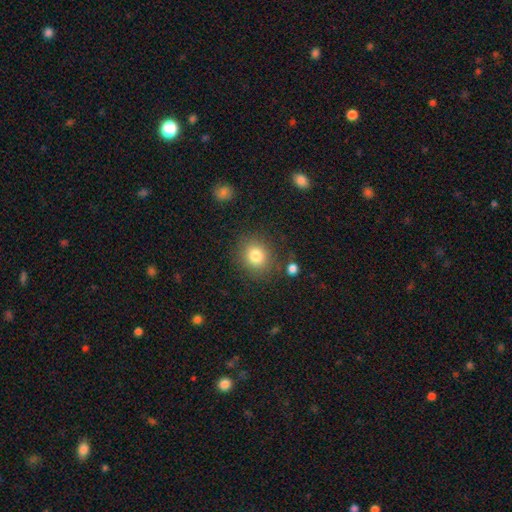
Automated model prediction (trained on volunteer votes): Morphology: type=smooth (82%); roundness=round (78%); merging=none (84%).